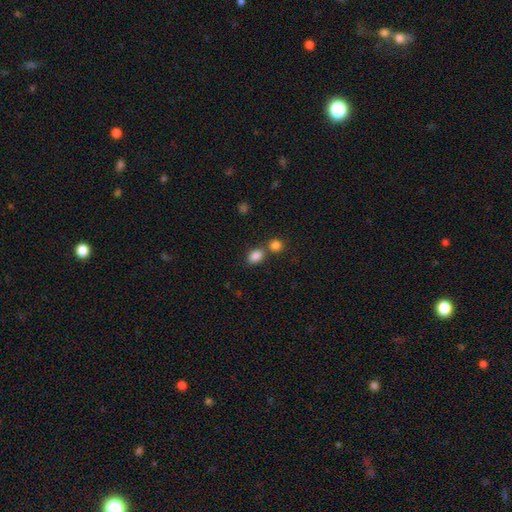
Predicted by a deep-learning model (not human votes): The model was most divided on "merging": none: 55%, merger: 31%, minor disturbance: 10%, major disturbance: 4%. More confident: smooth or featured — smooth (85%); how rounded — in between (71%).